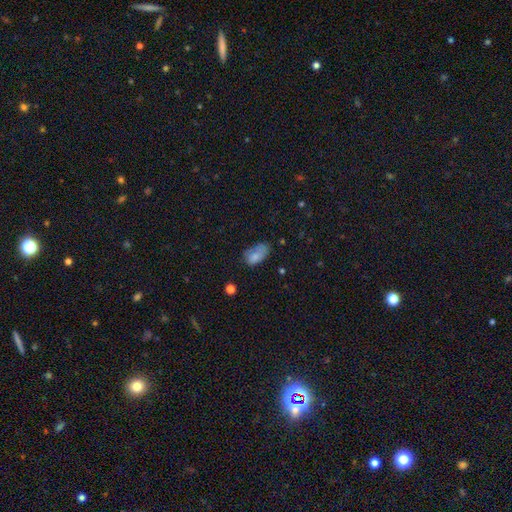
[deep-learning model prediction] A smooth galaxy with no disk features (78%) that is in between round and cigar-shaped (91%). Merging: none (41%).